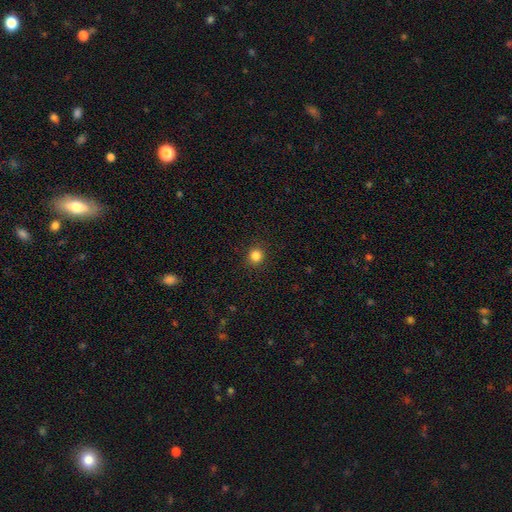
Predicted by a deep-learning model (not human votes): This appears to be a smooth galaxy with no disk features (84%) that is round (91%). Merging: none (92%).